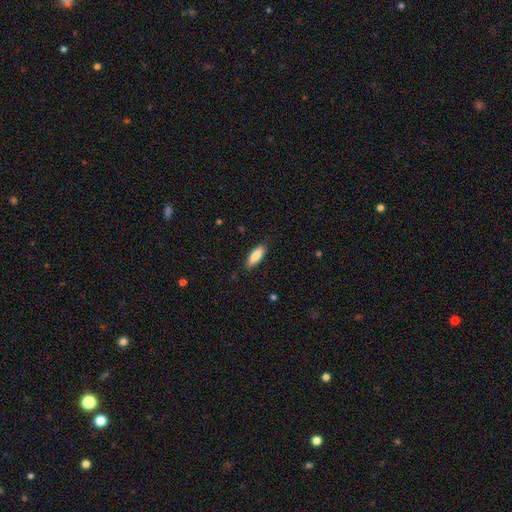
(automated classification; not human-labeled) smooth-or-featured: smooth: 86% | featured or disk: 9% | star or artifact: 6%
  how-rounded: in between: 63% | cigar-shaped: 35% | round: 2%
  merging: none: 85% | minor disturbance: 11% | major disturbance: 2% | merger: 1%